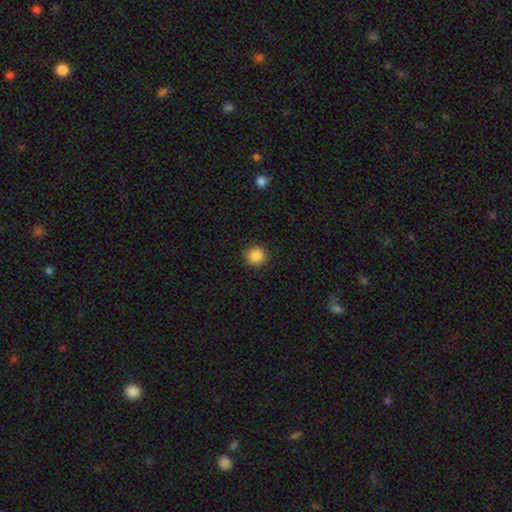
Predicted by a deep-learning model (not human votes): smooth 87%, star or artifact 10%, featured or disk 3%. Down the decision tree: how rounded — round (93%); merging — none (92%).